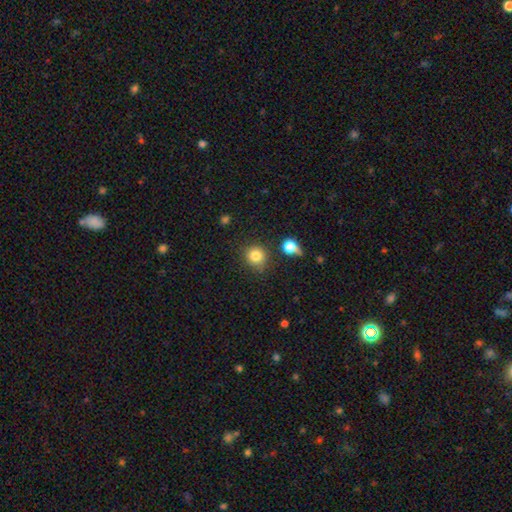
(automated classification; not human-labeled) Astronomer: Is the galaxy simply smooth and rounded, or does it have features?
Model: smooth — 81%.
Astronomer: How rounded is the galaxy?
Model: round — 87%.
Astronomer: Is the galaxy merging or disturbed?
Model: none — 79%.